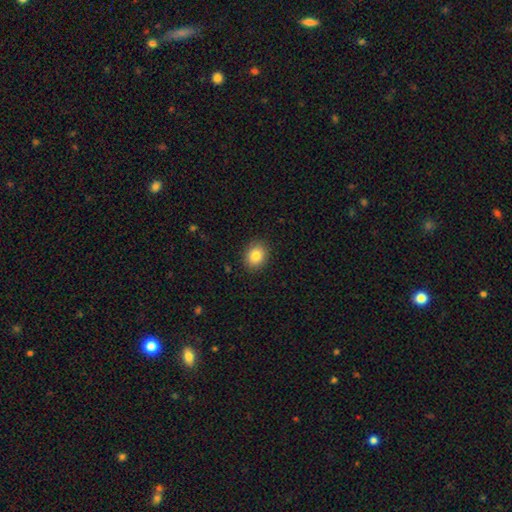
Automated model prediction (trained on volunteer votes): Q: Smooth or featured?
A: smooth (84%); runner-up: star or artifact (9%)
Q: How rounded?
A: round (57%); runner-up: in between (42%)
Q: Merging?
A: none (90%); runner-up: minor disturbance (7%)